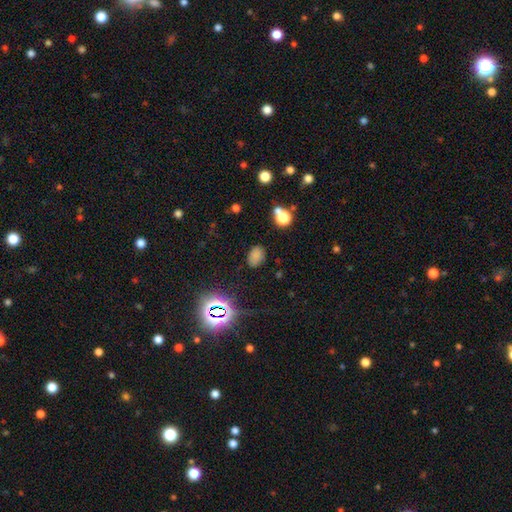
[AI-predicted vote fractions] Overall: smooth (71%). How rounded: in between (81%). Merging: none (79%).